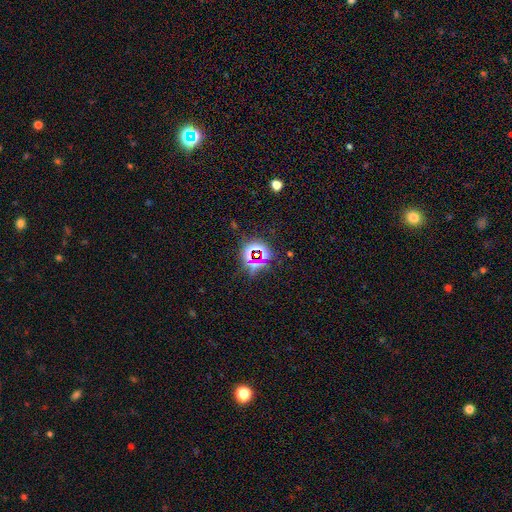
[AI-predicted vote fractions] Smooth or featured: star or artifact — 77% (smooth — 14%)